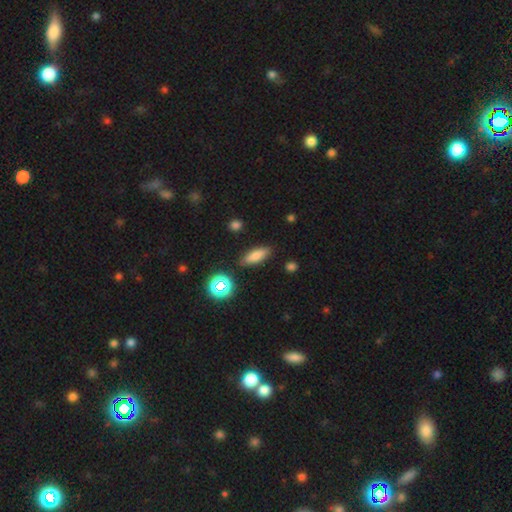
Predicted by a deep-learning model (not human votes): Morphology: type=smooth (76%); roundness=in between (60%); merging=none (86%).